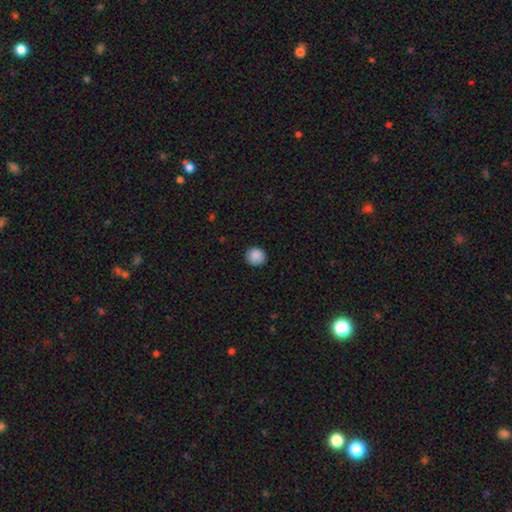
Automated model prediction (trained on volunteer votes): smooth 89%, star or artifact 8%, featured or disk 3%. Down the decision tree: how rounded — round (88%); merging — none (88%).